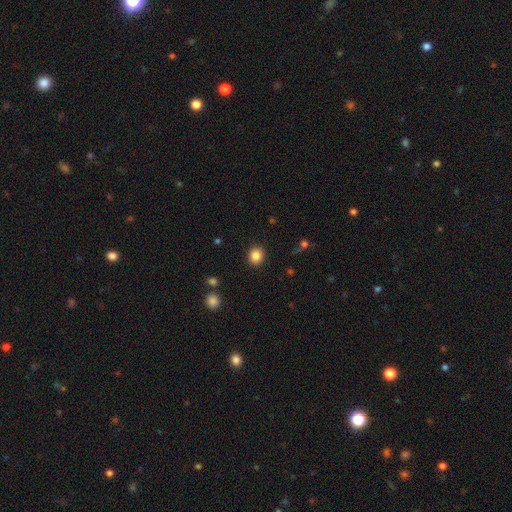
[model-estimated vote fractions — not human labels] Q: Smooth or featured?
A: smooth (85%); runner-up: star or artifact (10%)
Q: How rounded?
A: round (83%); runner-up: in between (16%)
Q: Merging?
A: none (91%); runner-up: minor disturbance (6%)